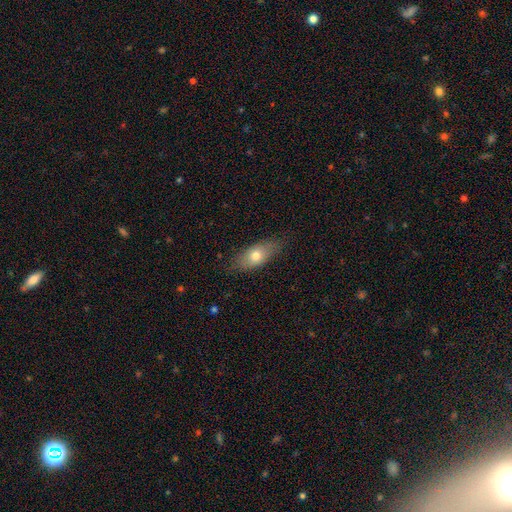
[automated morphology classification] smooth-or-featured: smooth: 69% | featured or disk: 23% | star or artifact: 8%
  how-rounded: in between: 78% | cigar-shaped: 15% | round: 7%
  merging: none: 79% | minor disturbance: 16% | major disturbance: 4% | merger: 1%